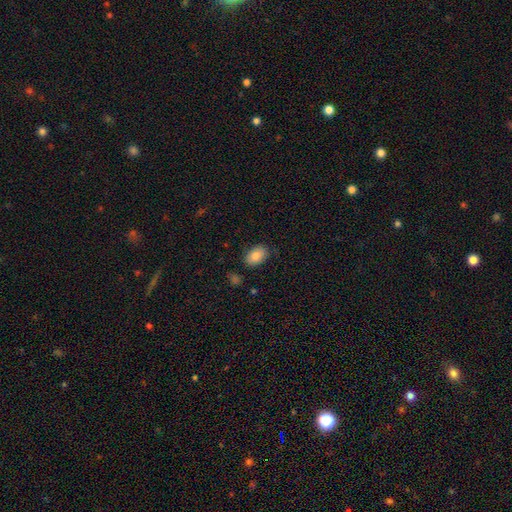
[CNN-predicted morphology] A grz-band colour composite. It shows a smooth galaxy with no disk features (84%) that is in between round and cigar-shaped (88%). Merging: none (81%).